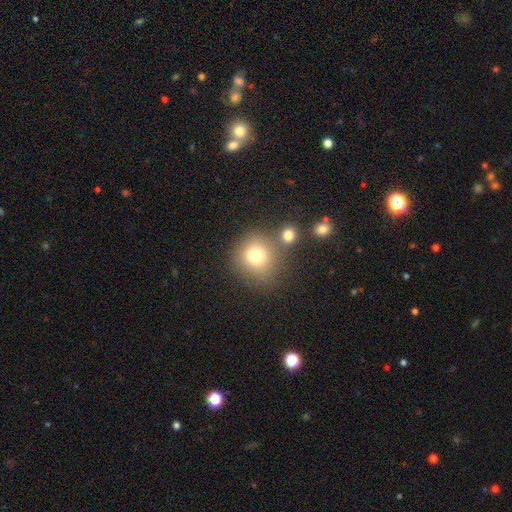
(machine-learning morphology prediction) The model was most divided on "merging": none: 66%, merger: 18%, minor disturbance: 11%, major disturbance: 5%. More confident: how rounded — round (88%); smooth or featured — smooth (76%).